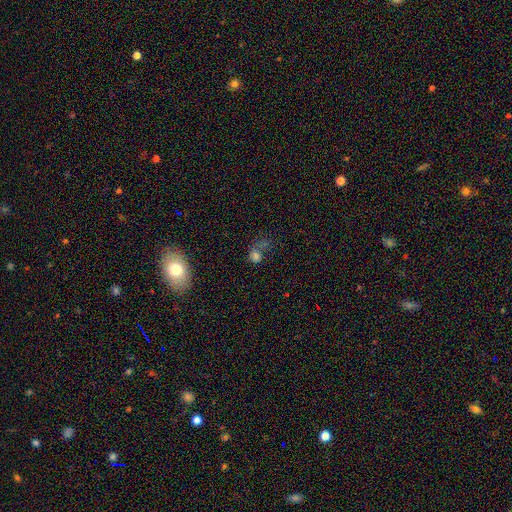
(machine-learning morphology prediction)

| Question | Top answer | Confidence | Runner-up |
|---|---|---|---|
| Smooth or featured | smooth | 60% | star or artifact (29%) |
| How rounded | round | 53% | in between (45%) |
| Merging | none | 36% | major disturbance (24%) |